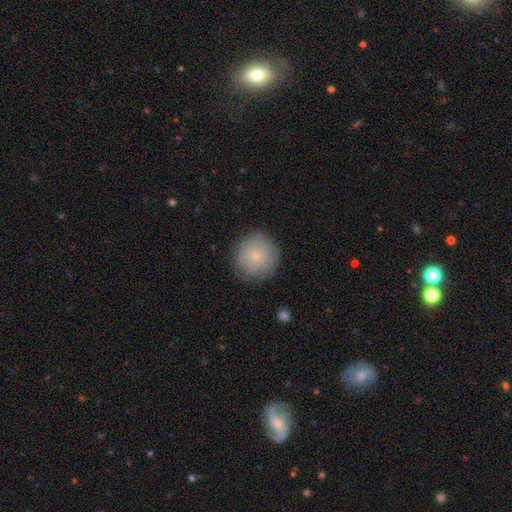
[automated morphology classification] Smooth or featured? Predicted: smooth (p=0.70). How rounded? Predicted: round (p=0.94). Merging? Predicted: none (p=0.84).